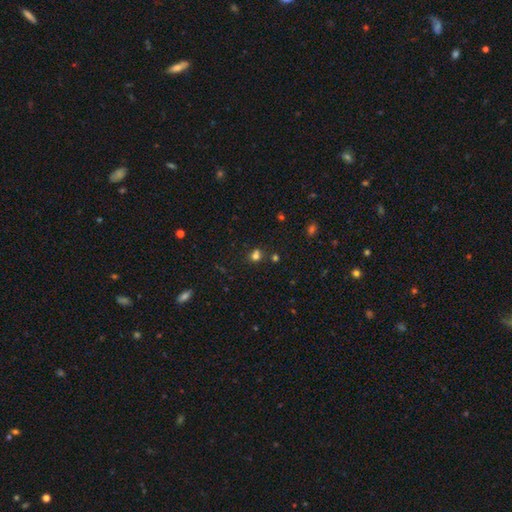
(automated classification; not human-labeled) Morphology: type=smooth (70%); roundness=round (72%); merging=none (58%).